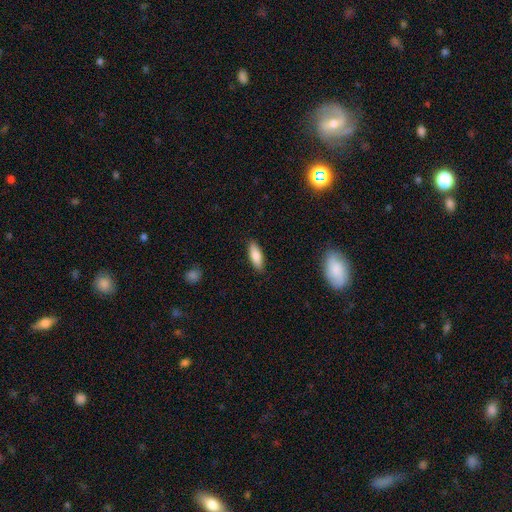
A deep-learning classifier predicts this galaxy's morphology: Smooth or featured: smooth — 84% (featured or disk — 10%)
How rounded: in between — 64% (cigar-shaped — 34%)
Merging: none — 88% (minor disturbance — 9%)